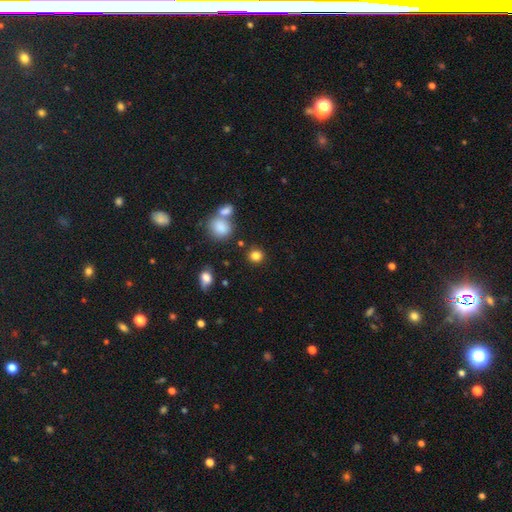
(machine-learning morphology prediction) The model was most divided on "smooth or featured": smooth: 83%, star or artifact: 12%, featured or disk: 5%. More confident: how rounded — round (86%); merging — none (83%).